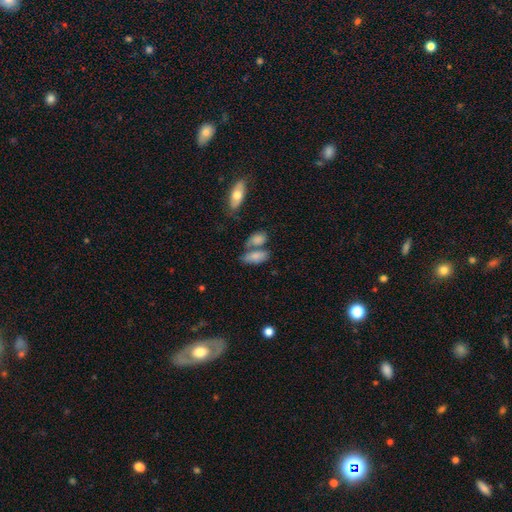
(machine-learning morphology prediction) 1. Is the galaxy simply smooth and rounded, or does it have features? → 77% smooth, 15% featured or disk, 8% star or artifact.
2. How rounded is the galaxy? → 85% in between, 10% cigar-shaped, 5% round.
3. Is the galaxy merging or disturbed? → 40% merger, 38% none, 14% minor disturbance, 7% major disturbance.